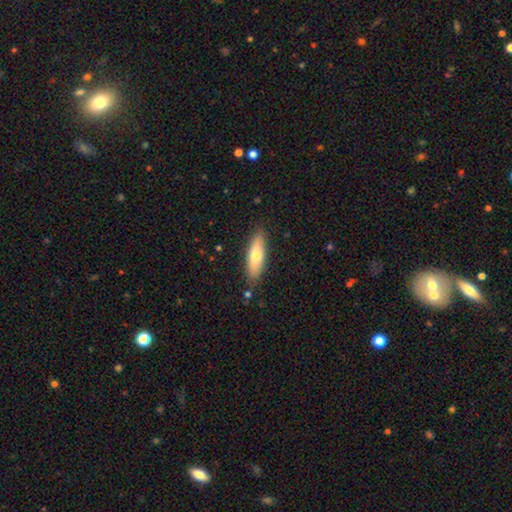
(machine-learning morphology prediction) Q: Smooth or featured?
A: smooth (70%); runner-up: featured or disk (24%)
Q: How rounded?
A: cigar-shaped (54%); runner-up: in between (44%)
Q: Merging?
A: none (85%); runner-up: minor disturbance (11%)